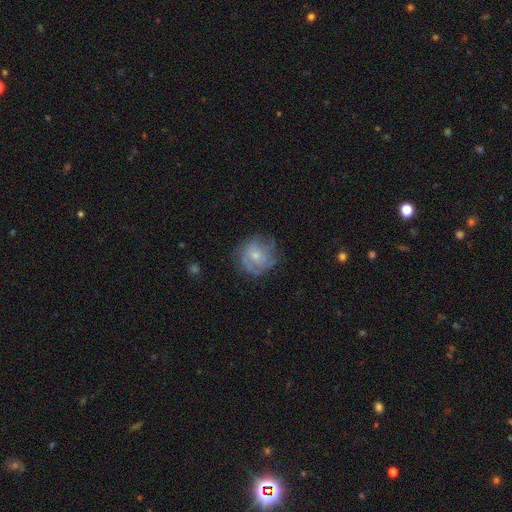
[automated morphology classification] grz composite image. It shows a featured or disk galaxy (57%) with no bar (73%), spiral arms (73%) and a small central bulge (52%). Merging: none (64%).